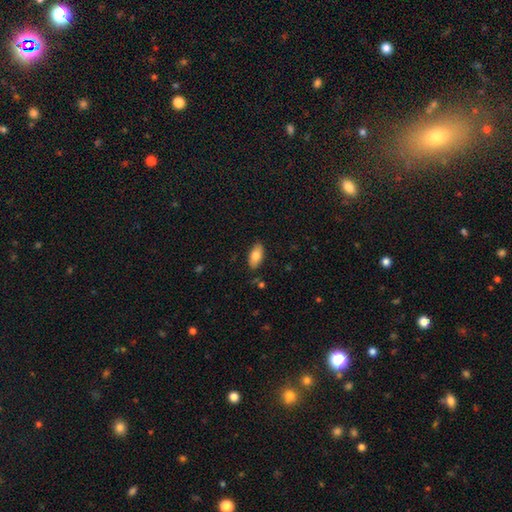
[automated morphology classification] Smooth or featured? Predicted: smooth (p=0.79). How rounded? Predicted: in between (p=0.92). Merging? Predicted: none (p=0.85).